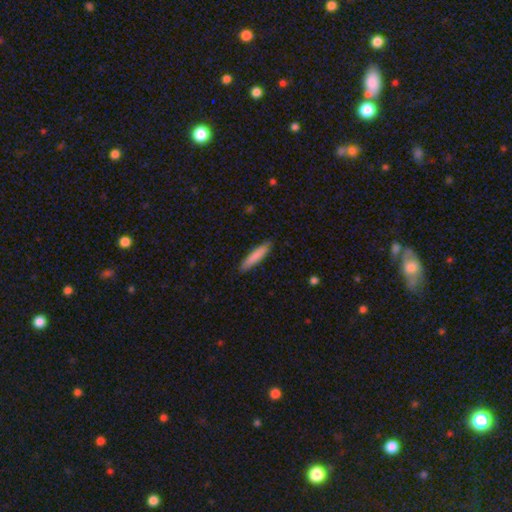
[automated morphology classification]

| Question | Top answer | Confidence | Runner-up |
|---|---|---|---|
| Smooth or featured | smooth | 83% | featured or disk (11%) |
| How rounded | cigar-shaped | 88% | in between (11%) |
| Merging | none | 86% | minor disturbance (11%) |